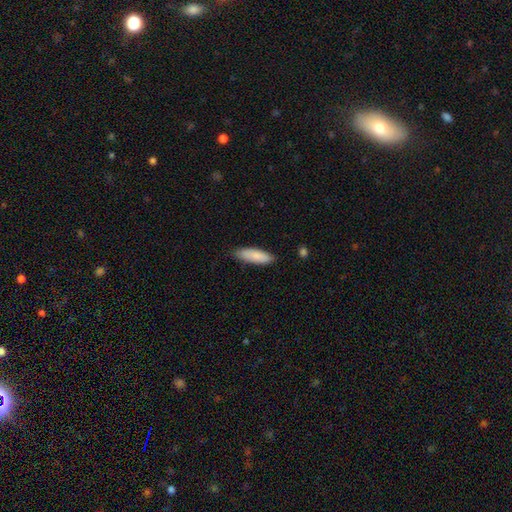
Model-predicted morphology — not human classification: Smooth or featured? smooth (85%)
How rounded? in between (50%)
Merging? none (82%)